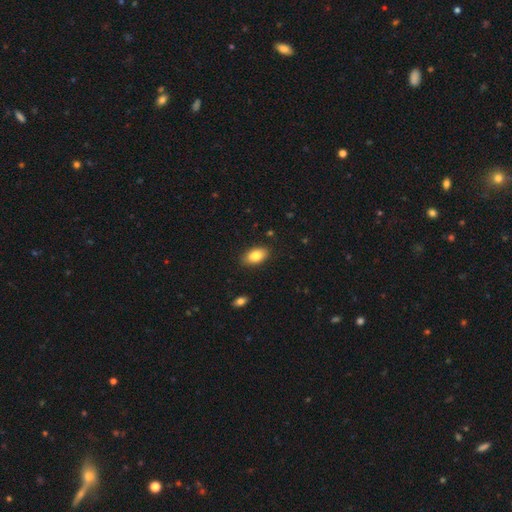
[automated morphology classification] Smooth or featured: smooth — 83% (featured or disk — 9%)
How rounded: in between — 92% (round — 6%)
Merging: none — 87% (minor disturbance — 10%)